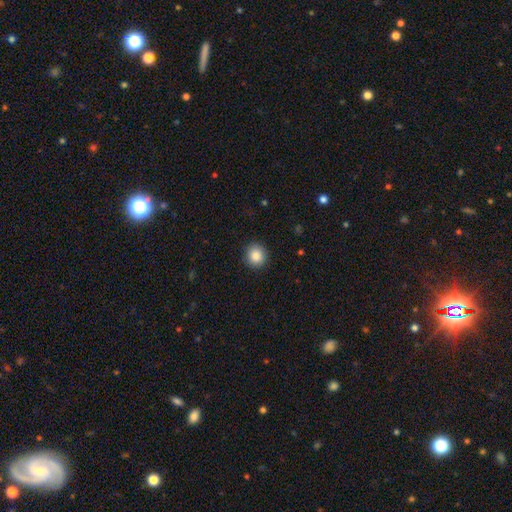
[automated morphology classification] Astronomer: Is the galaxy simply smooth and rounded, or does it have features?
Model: smooth — 87%.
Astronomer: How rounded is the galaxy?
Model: round — 90%.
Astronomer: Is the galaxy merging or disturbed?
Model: none — 91%.